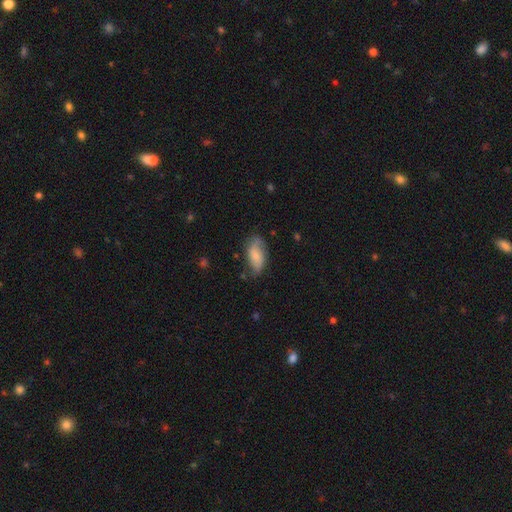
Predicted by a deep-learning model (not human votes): A smooth galaxy with no disk features (65%) that is in between round and cigar-shaped (91%).

Vote fractions:
- Smooth or featured? smooth: 65% / featured or disk: 28% / star or artifact: 7%
- How rounded? in between: 91% / cigar-shaped: 5% / round: 3%
- Merging? none: 62% / minor disturbance: 27% / major disturbance: 8% / merger: 2%